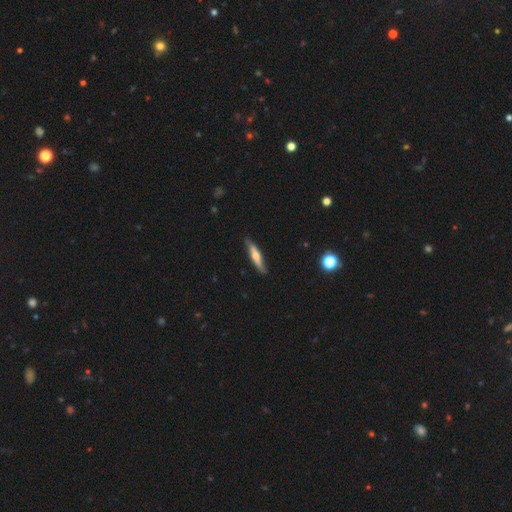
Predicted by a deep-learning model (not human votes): Smooth or featured: featured or disk — 49% (smooth — 46%)
Merging: none — 82% (minor disturbance — 15%)